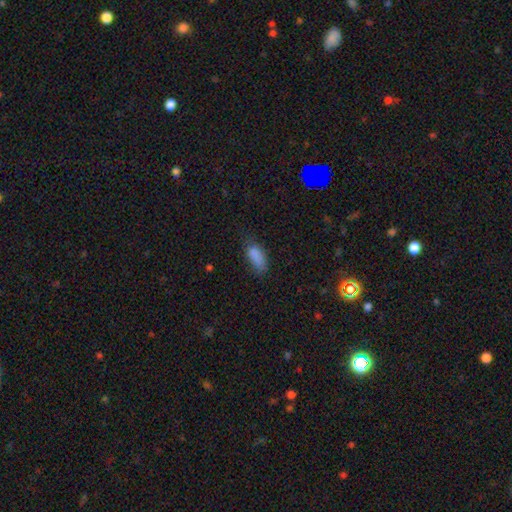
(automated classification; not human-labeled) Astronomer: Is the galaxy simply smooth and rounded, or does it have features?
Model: smooth — 82%.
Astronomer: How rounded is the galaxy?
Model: in between — 87%.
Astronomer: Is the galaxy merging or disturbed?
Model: none — 51% (runner-up: minor disturbance, 31%).